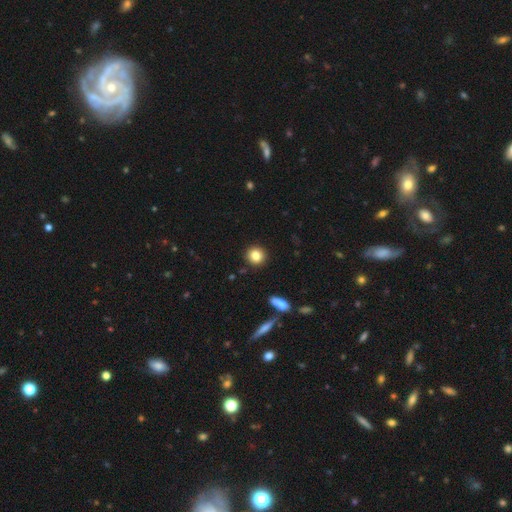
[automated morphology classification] Smooth or featured? smooth (85%)
How rounded? round (90%)
Merging? none (91%)